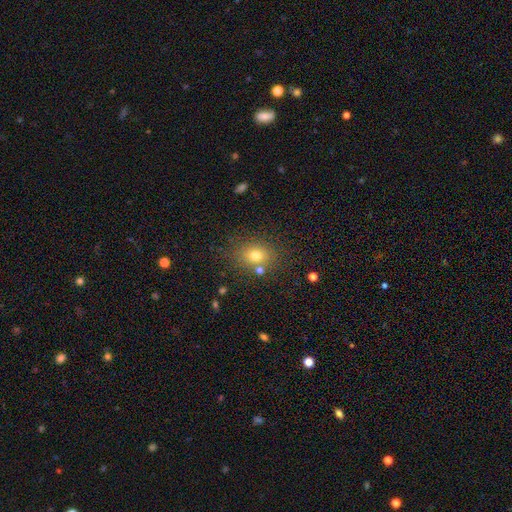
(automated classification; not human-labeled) smooth-or-featured: smooth: 73% | star or artifact: 15% | featured or disk: 12%
  how-rounded: round: 51% | in between: 48% | cigar-shaped: 1%
  merging: none: 74% | minor disturbance: 12% | merger: 10% | major disturbance: 4%